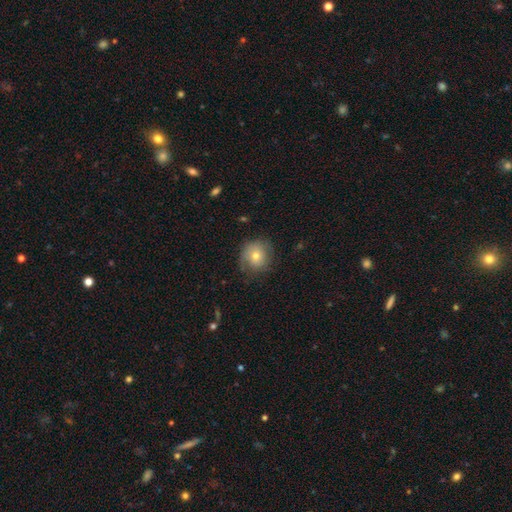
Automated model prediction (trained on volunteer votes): Morphology: type=smooth (63%); roundness=round (82%); merging=none (68%).